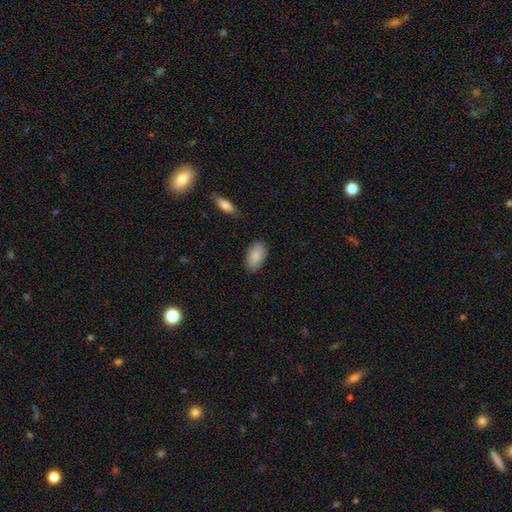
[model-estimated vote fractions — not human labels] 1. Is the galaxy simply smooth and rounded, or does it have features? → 87% smooth, 7% featured or disk, 6% star or artifact.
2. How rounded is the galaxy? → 94% in between, 4% round, 2% cigar-shaped.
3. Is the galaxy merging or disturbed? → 83% none, 13% minor disturbance, 3% major disturbance, 2% merger.